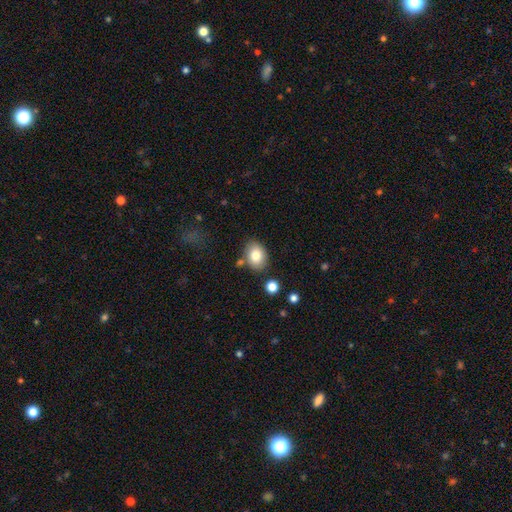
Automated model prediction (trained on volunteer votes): The model was most divided on "how rounded": in between: 72%, round: 27%, cigar-shaped: 1%. More confident: smooth or featured — smooth (82%); merging — none (77%).